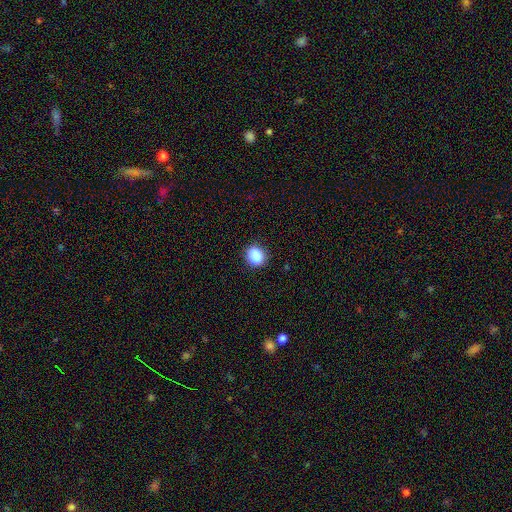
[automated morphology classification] smooth 88%, star or artifact 9%, featured or disk 3%. Down the decision tree: how rounded — round (60%); merging — none (87%).